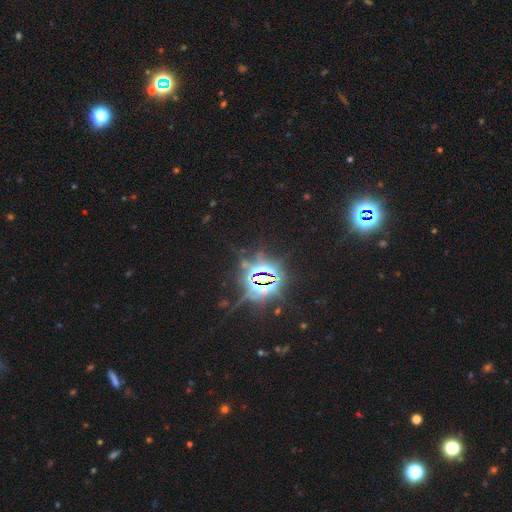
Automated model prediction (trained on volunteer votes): Morphology: type=star or artifact (85%).